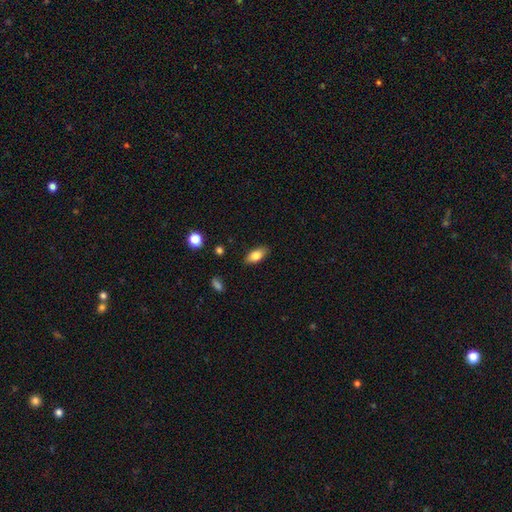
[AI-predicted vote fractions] A smooth galaxy with no disk features (80%) that is in between round and cigar-shaped (87%). Merging: none (86%).